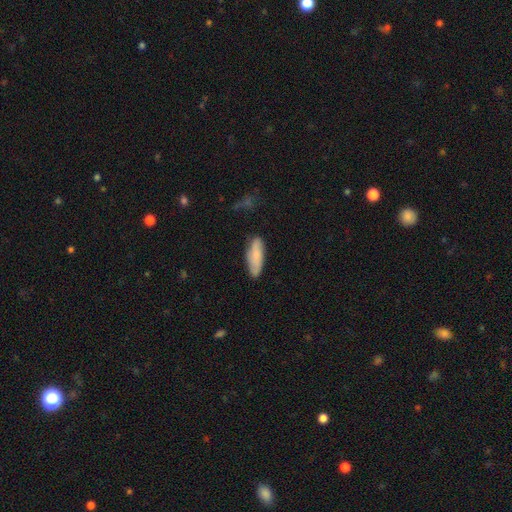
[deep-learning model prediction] Q: Smooth or featured?
A: smooth (77%); runner-up: featured or disk (17%)
Q: How rounded?
A: in between (56%); runner-up: cigar-shaped (42%)
Q: Merging?
A: none (78%); runner-up: minor disturbance (17%)